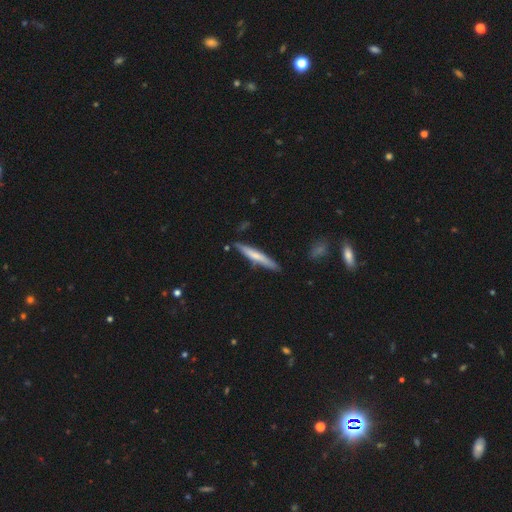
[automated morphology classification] smooth-or-featured: smooth: 58% | featured or disk: 36% | star or artifact: 5%
  how-rounded: cigar-shaped: 94% | in between: 5% | round: 1%
  merging: none: 82% | minor disturbance: 13% | merger: 3% | major disturbance: 2%